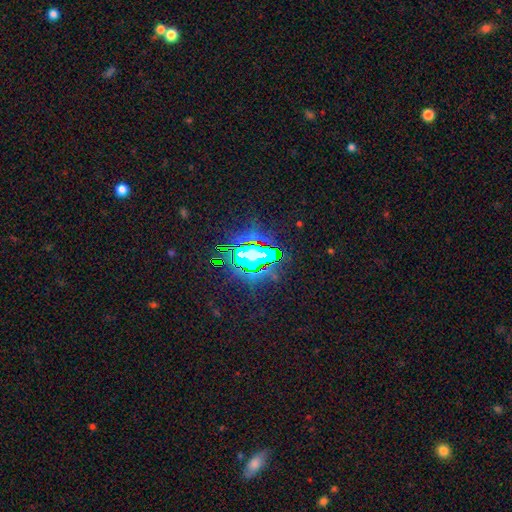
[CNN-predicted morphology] This appears to be a star or artifact, not a galaxy (82%).